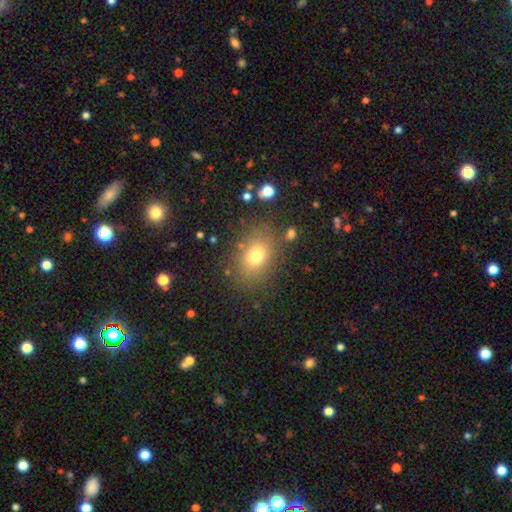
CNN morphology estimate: This is likely a smooth galaxy (73%). How rounded: likely in between (66%). Merging: clearly none (80%).